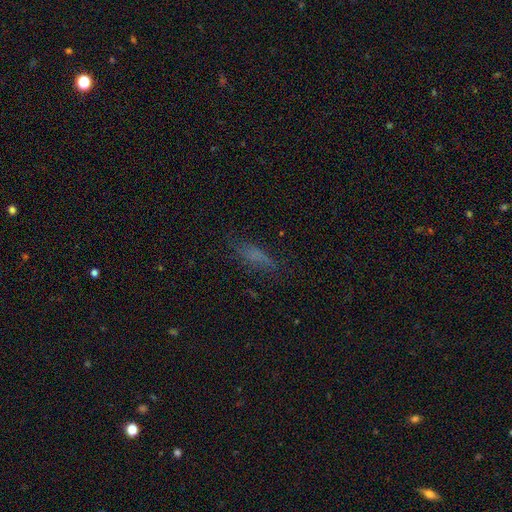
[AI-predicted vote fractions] Morphology: type=smooth (59%); roundness=in between (50%); merging=none (62%).